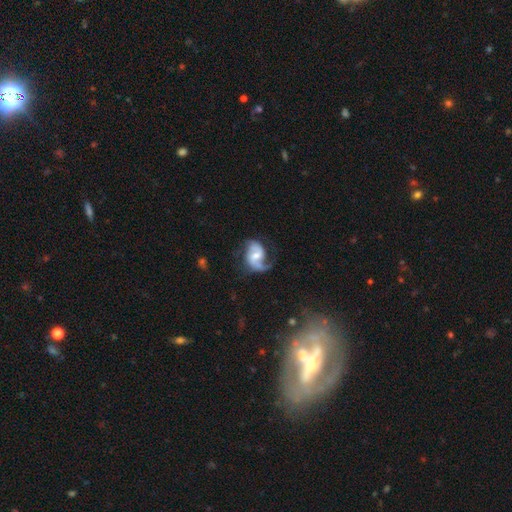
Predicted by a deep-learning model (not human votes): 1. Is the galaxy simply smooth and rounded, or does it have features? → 83% featured or disk, 12% smooth, 5% star or artifact.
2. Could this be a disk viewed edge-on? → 98% no, 2% yes.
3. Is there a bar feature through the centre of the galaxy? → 49% weak, 34% no, 16% strong.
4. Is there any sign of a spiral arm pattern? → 95% yes, 5% no.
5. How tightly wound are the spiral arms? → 45% medium, 40% loose, 16% tight.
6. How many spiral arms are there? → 75% 2, 17% 1, 4% can't tell, 2% 3, 1% 4, 1% more than 4.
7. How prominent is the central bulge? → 52% moderate, 35% small, 6% large, 6% none, 1% dominant.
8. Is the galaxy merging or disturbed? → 57% none, 22% minor disturbance, 19% major disturbance, 2% merger.